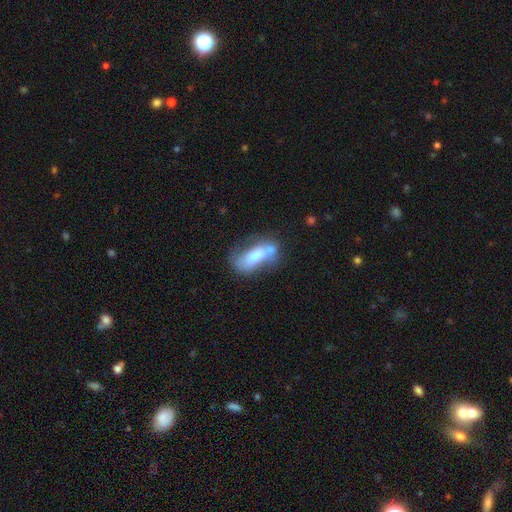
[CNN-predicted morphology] A smooth galaxy with no disk features (62%) that is in between round and cigar-shaped (79%). Merging: merger (40%).